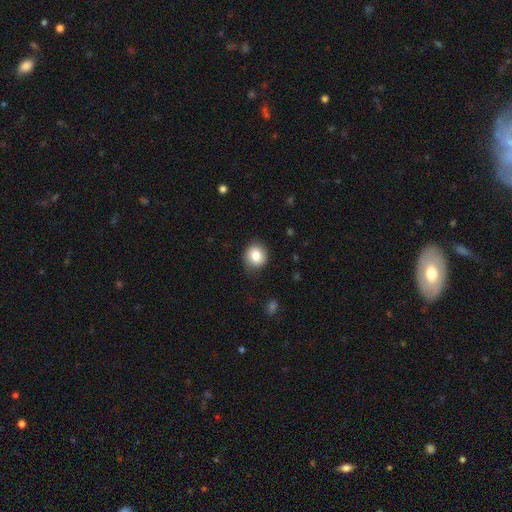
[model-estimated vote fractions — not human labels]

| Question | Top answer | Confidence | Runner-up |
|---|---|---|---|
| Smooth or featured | smooth | 82% | featured or disk (10%) |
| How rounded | round | 80% | in between (19%) |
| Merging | none | 81% | minor disturbance (15%) |